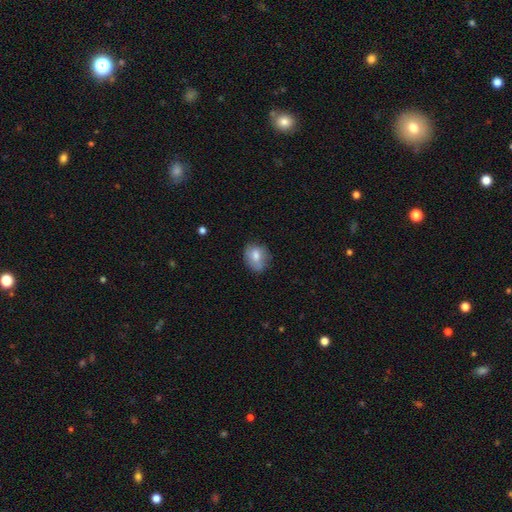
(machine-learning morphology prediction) A smooth galaxy with no disk features (73%) that is in between round and cigar-shaped (51%).

Vote fractions:
- Smooth or featured? smooth: 73% / featured or disk: 19% / star or artifact: 8%
- How rounded? in between: 51% / round: 48% / cigar-shaped: 1%
- Merging? none: 66% / minor disturbance: 25% / major disturbance: 6% / merger: 2%